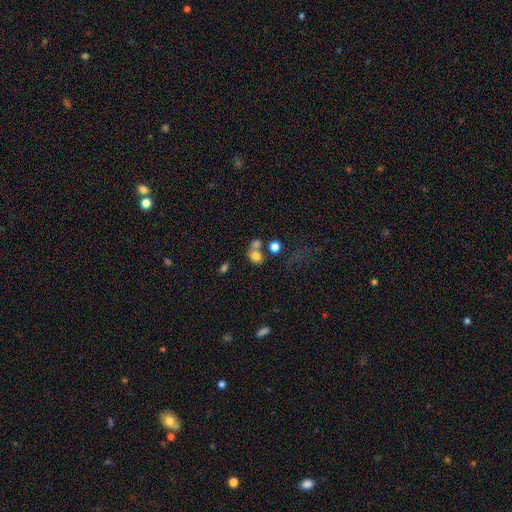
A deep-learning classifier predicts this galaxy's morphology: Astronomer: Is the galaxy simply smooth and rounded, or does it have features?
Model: smooth — 76%.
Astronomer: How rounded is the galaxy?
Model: round — 64%.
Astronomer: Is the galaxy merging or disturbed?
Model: merger — 44% (runner-up: none, 41%).